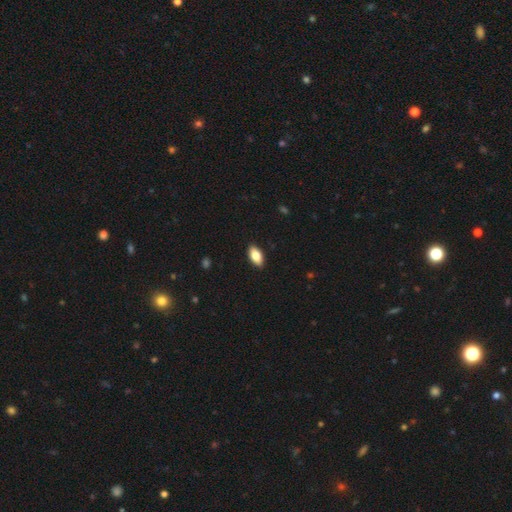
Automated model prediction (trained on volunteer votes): Overall: smooth (83%). How rounded: in between (92%). Merging: none (90%).